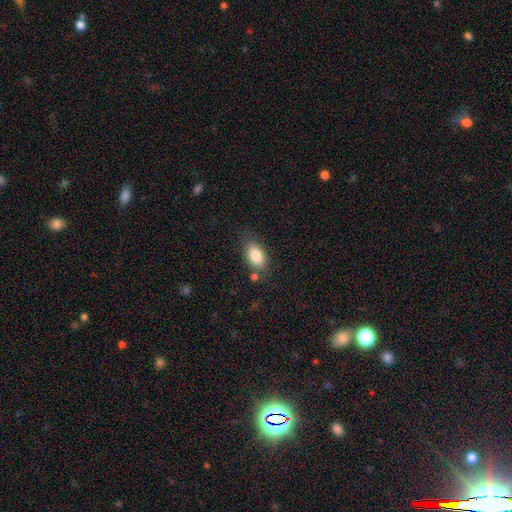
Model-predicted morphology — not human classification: This is clearly a smooth galaxy (84%). How rounded: clearly in between (90%). Merging: likely none (71%).